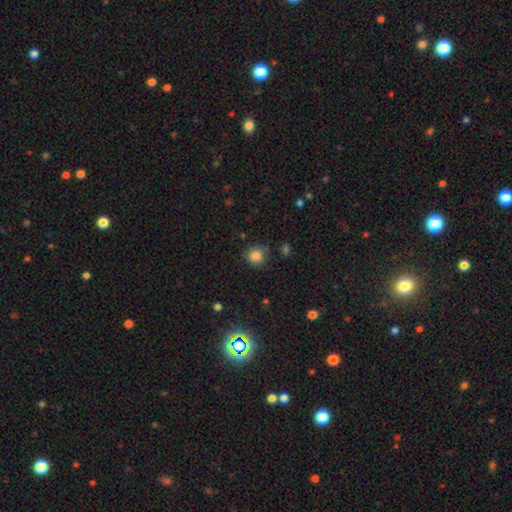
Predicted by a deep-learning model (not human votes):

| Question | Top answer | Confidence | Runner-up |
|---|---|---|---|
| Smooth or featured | smooth | 84% | star or artifact (12%) |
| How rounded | round | 89% | in between (10%) |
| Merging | none | 78% | minor disturbance (16%) |